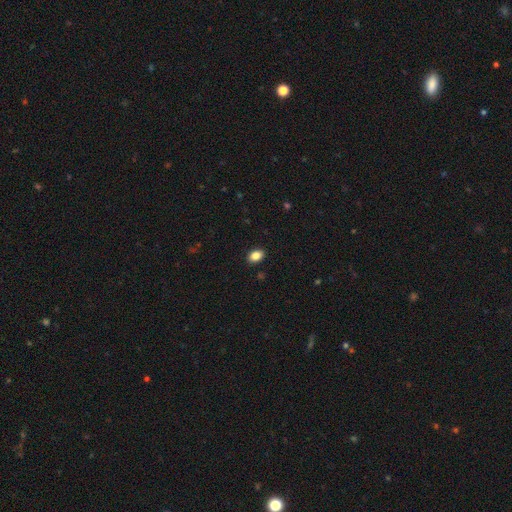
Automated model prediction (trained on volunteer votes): Smooth or featured: smooth — 87% (star or artifact — 9%)
How rounded: in between — 83% (round — 16%)
Merging: none — 90% (minor disturbance — 7%)